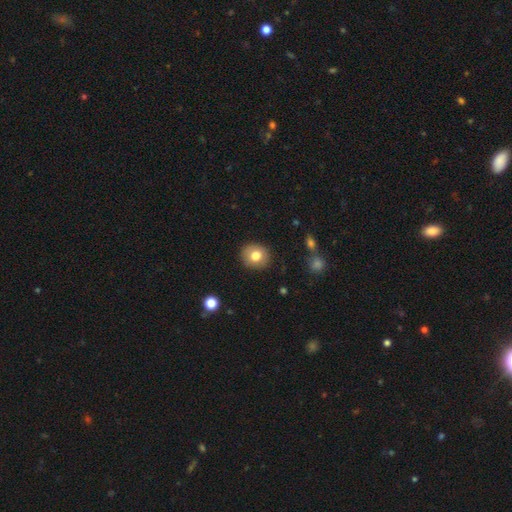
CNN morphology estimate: This is likely a smooth galaxy (79%). How rounded: clearly round (81%). Merging: clearly none (88%).